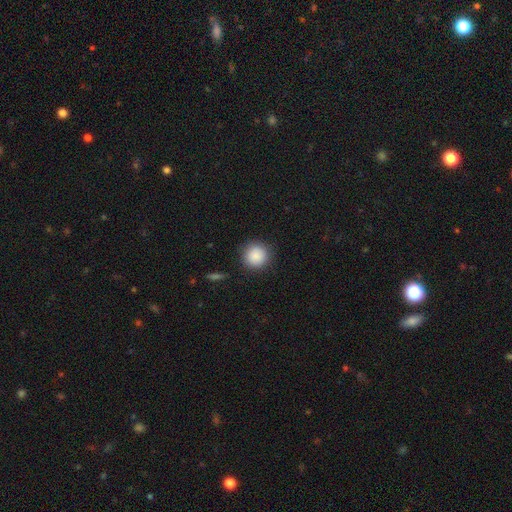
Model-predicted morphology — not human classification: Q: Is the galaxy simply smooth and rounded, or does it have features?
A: smooth — 88%.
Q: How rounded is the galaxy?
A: round — 93%.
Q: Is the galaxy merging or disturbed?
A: none — 88%.